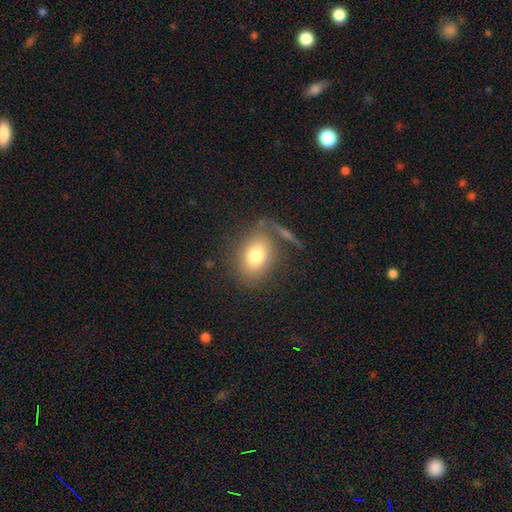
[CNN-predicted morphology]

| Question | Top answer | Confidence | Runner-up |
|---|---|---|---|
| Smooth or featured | smooth | 76% | featured or disk (15%) |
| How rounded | in between | 67% | round (31%) |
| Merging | none | 71% | minor disturbance (14%) |